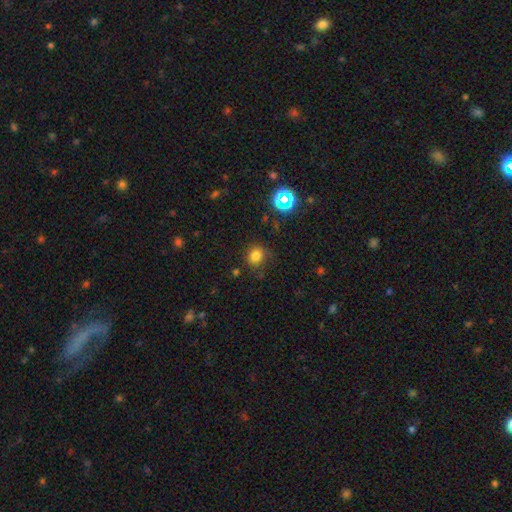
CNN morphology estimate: Smooth or featured: smooth — 77% (star or artifact — 17%)
How rounded: round — 77% (in between — 22%)
Merging: none — 76% (minor disturbance — 16%)